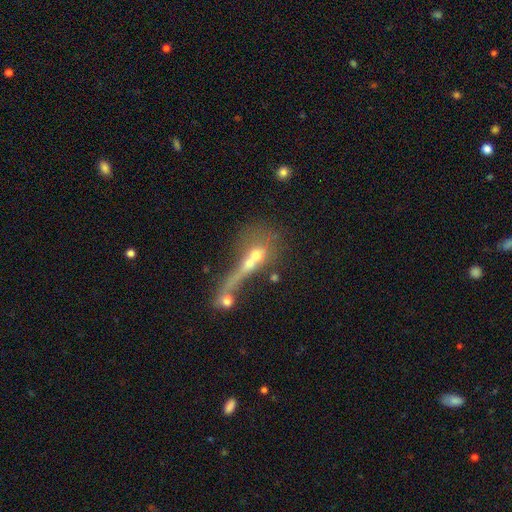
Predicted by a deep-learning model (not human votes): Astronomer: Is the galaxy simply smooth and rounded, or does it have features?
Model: smooth — 43% (runner-up: featured or disk, 42%).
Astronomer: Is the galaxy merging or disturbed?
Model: merger — 56%.